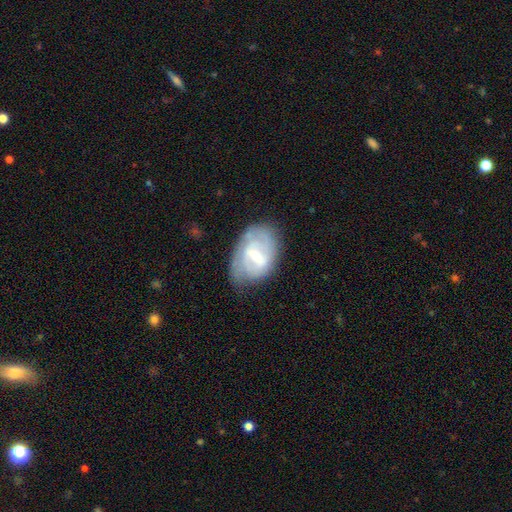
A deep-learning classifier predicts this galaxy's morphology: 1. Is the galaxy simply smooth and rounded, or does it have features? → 66% featured or disk, 27% smooth, 7% star or artifact.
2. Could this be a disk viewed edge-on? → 94% no, 6% yes.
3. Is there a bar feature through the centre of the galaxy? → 48% weak, 42% strong, 10% no.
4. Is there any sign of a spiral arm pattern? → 65% yes, 35% no.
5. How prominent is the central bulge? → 44% small (tied), 44% moderate (tied), 7% none, 4% large, 1% dominant.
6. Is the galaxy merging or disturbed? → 59% none, 28% minor disturbance, 11% major disturbance, 2% merger.